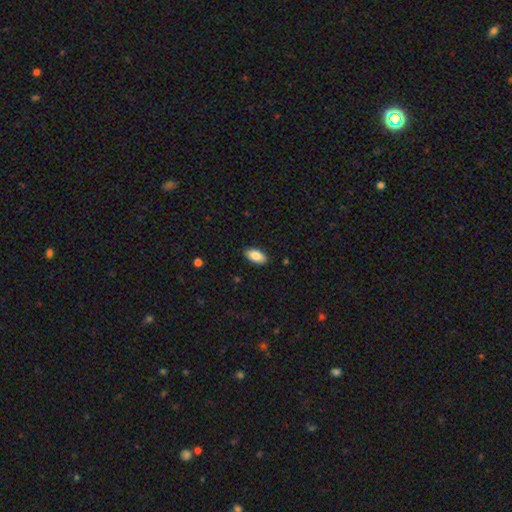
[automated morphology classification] This is clearly a smooth galaxy (85%). How rounded: clearly in between (92%). Merging: clearly none (89%).